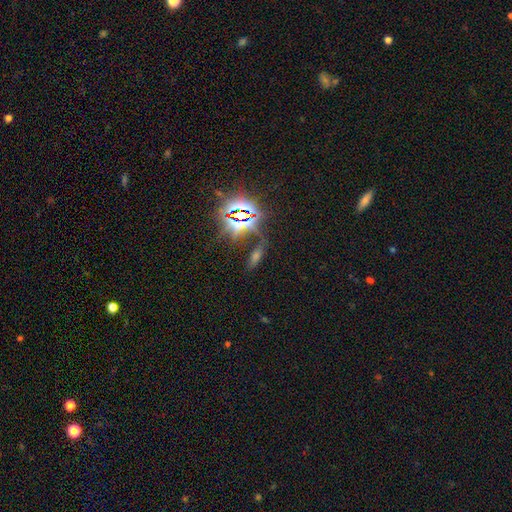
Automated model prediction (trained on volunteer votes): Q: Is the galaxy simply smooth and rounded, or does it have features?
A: star or artifact — 56%.